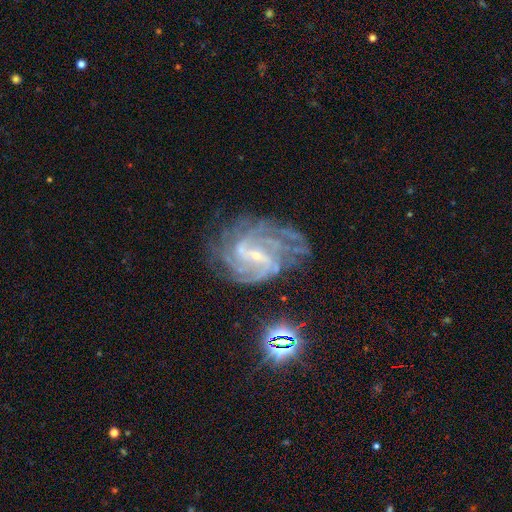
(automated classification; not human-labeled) Morphology: type=featured or disk (88%); edge-on=no (97%); bar=weak (48%); spiral arms=yes (97%); winding=tight (48%); arm count=can't tell (25%); bulge=small (82%); merging=none (64%).